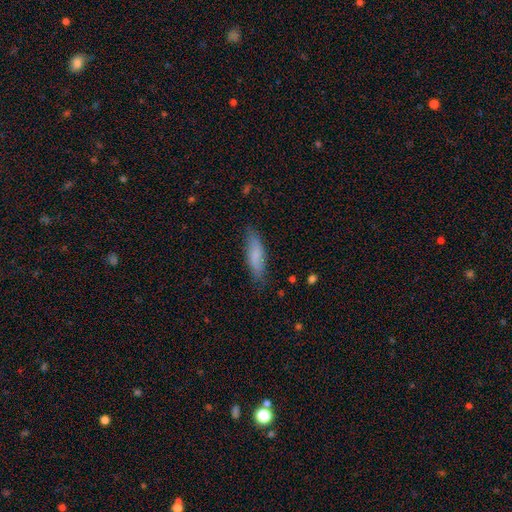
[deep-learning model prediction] This is likely a smooth galaxy (79%). How rounded: likely cigar-shaped (60%). Merging: likely none (79%).